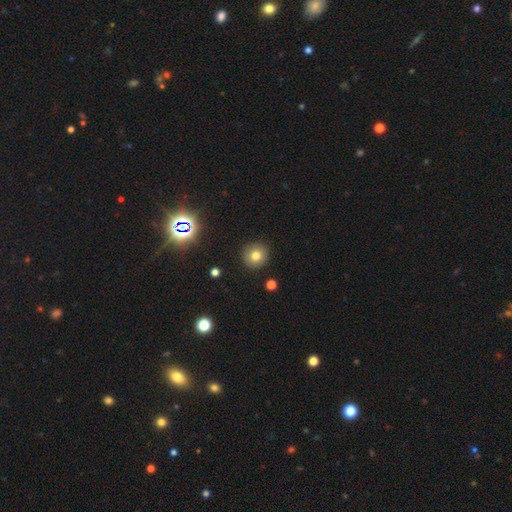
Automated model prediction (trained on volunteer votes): Smooth or featured? smooth (76%)
How rounded? round (92%)
Merging? none (90%)